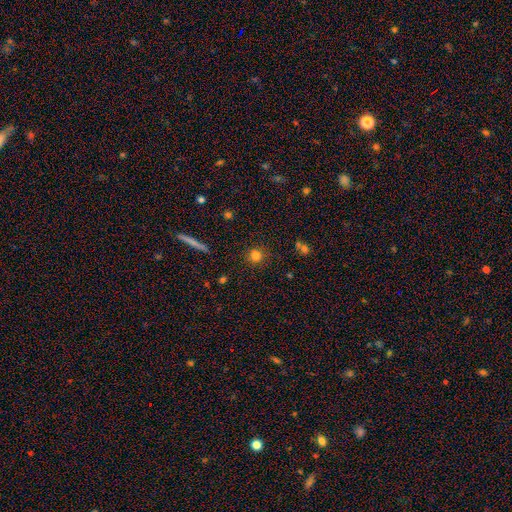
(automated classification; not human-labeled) Morphology: type=smooth (80%); roundness=round (91%); merging=none (87%).